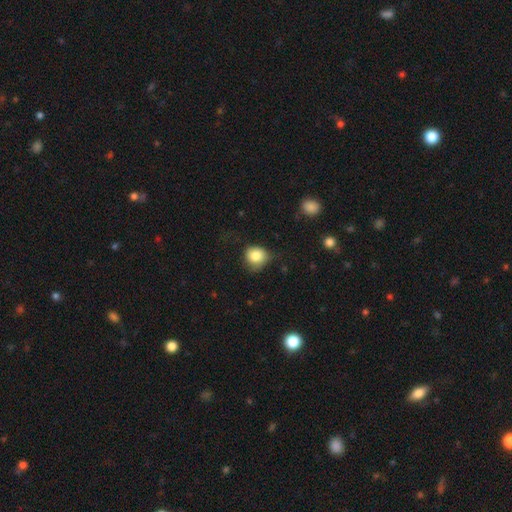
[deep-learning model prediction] Q: Smooth or featured?
A: smooth (83%); runner-up: star or artifact (9%)
Q: How rounded?
A: round (82%); runner-up: in between (17%)
Q: Merging?
A: none (54%); runner-up: minor disturbance (33%)